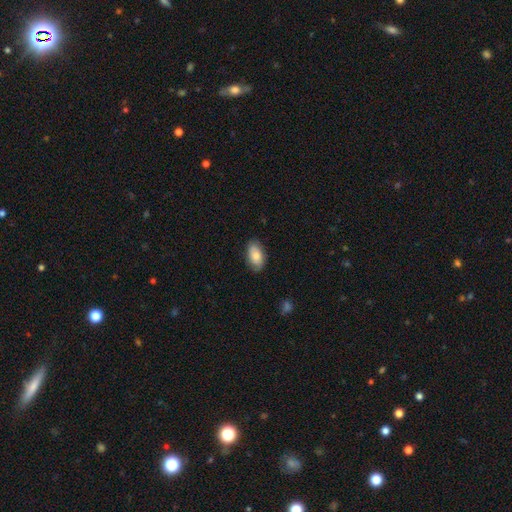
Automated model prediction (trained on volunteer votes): Q: Smooth or featured?
A: smooth (78%); runner-up: featured or disk (16%)
Q: How rounded?
A: in between (94%); runner-up: round (4%)
Q: Merging?
A: none (81%); runner-up: minor disturbance (15%)